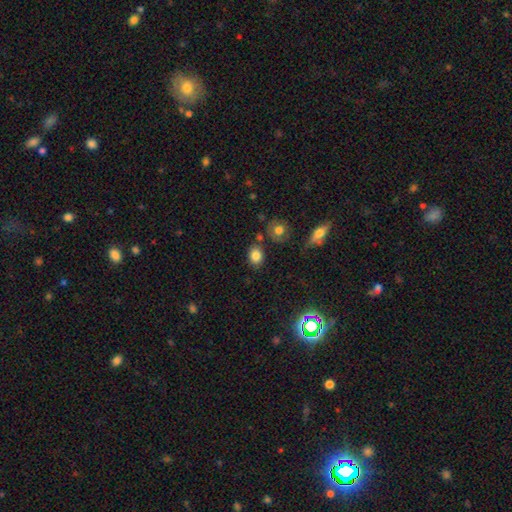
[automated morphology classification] Smooth or featured? smooth (82%)
How rounded? in between (60%)
Merging? none (80%)